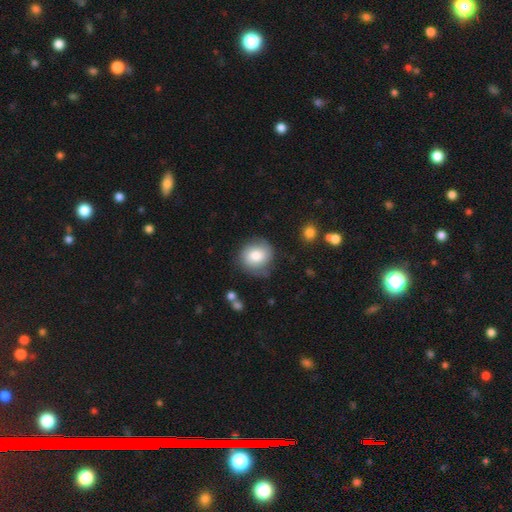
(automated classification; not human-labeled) Smooth or featured? Predicted: smooth (p=0.76). How rounded? Predicted: round (p=0.82). Merging? Predicted: none (p=0.71).